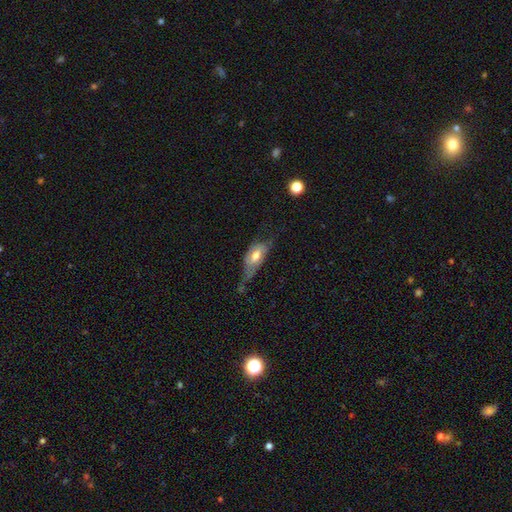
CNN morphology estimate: Smooth or featured? Predicted: smooth (p=0.54). How rounded? Predicted: in between (p=0.84). Merging? Predicted: major disturbance (p=0.35).